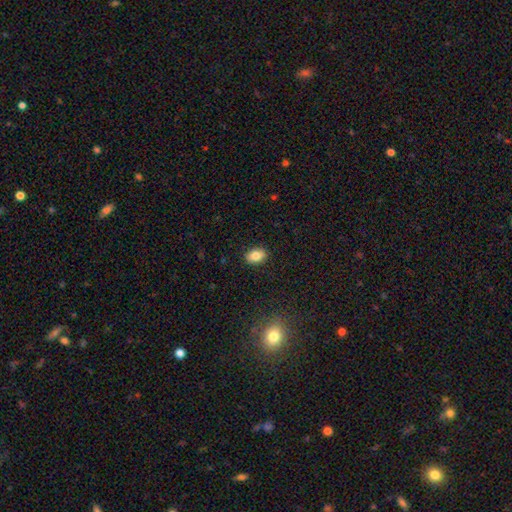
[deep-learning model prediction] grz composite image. It shows a smooth galaxy with no disk features (82%) that is in between round and cigar-shaped (81%). Merging: none (89%).